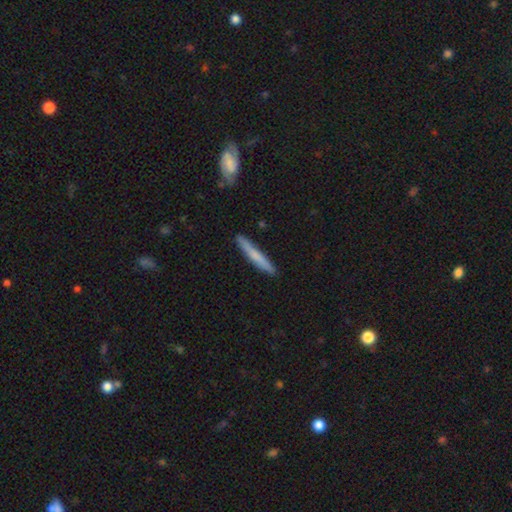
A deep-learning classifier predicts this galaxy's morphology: A smooth galaxy with no disk features (66%) that is cigar-shaped (95%).

Vote fractions:
- Smooth or featured? smooth: 66% / featured or disk: 29% / star or artifact: 5%
- How rounded? cigar-shaped: 95% / in between: 4% / round: 1%
- Merging? none: 89% / minor disturbance: 8% / merger: 2% / major disturbance: 1%